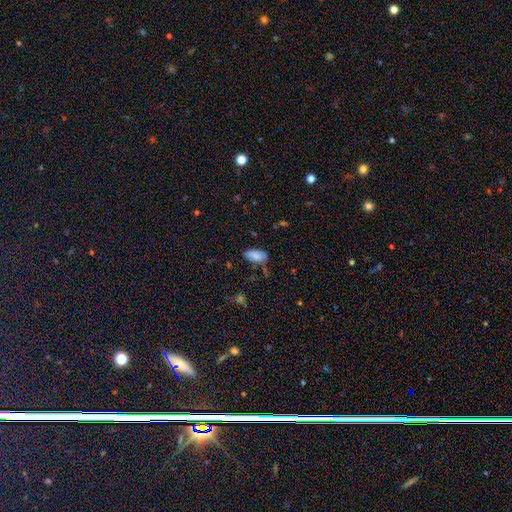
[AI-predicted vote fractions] Q: Smooth or featured?
A: smooth (84%); runner-up: featured or disk (8%)
Q: How rounded?
A: in between (93%); runner-up: cigar-shaped (4%)
Q: Merging?
A: none (64%); runner-up: minor disturbance (26%)